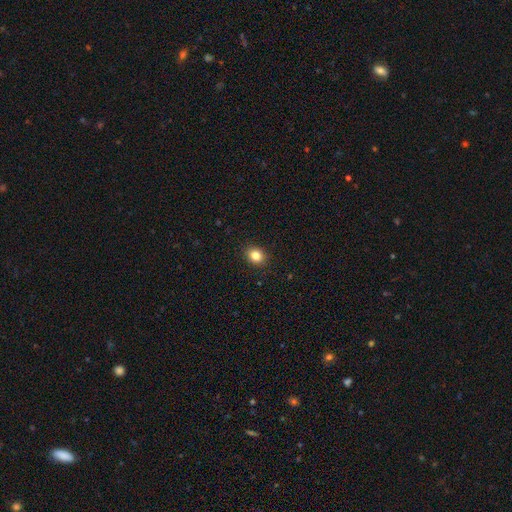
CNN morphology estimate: A smooth galaxy with no disk features (84%) that is round (52%). Merging: none (90%).